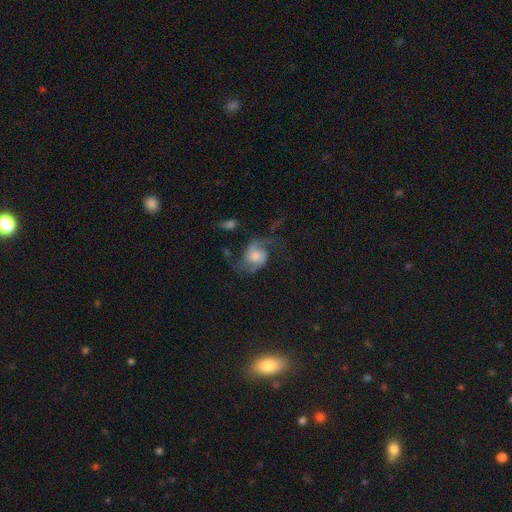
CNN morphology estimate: A featured or disk galaxy (79%) with no bar (65%), 2 (89%) loose (47%) spiral arms (95%) and a moderate central bulge (45%).

Vote fractions:
- Smooth or featured? featured or disk: 79% / smooth: 14% / star or artifact: 7%
- Edge-on disk? no: 97% / yes: 3%
- Bar? no: 65% / weak: 30% / strong: 6%
- Spiral arms? yes: 95% / no: 5%
- Spiral winding? loose: 47% / medium: 41% / tight: 11%
- Spiral arm count? 2: 89% / 1: 4% / can't tell: 3% / 3: 2% / 4: 1% / more than 4: 1%
- Bulge size? moderate: 45% / large: 24% / small: 20% / none: 8% / dominant: 4%
- Merging? none: 54% / major disturbance: 24% / minor disturbance: 19% / merger: 4%